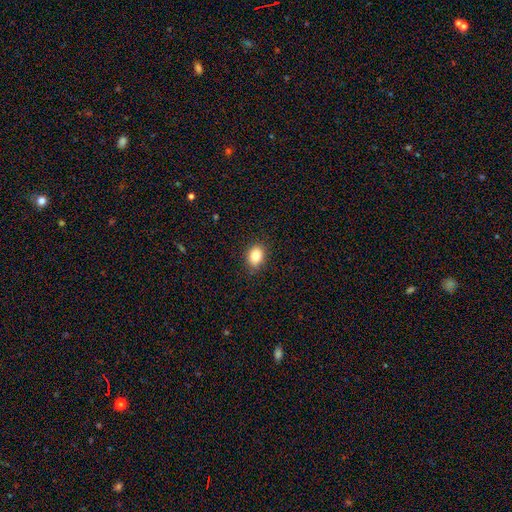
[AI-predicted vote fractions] smooth 84%, star or artifact 9%, featured or disk 7%. Down the decision tree: how rounded — in between (70%); merging — none (84%).